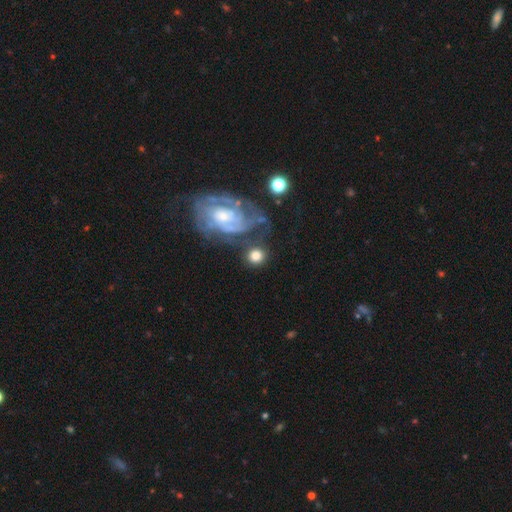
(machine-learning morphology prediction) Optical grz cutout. It shows a smooth galaxy with no disk features (67%) that is round (84%). Merging: none (68%).